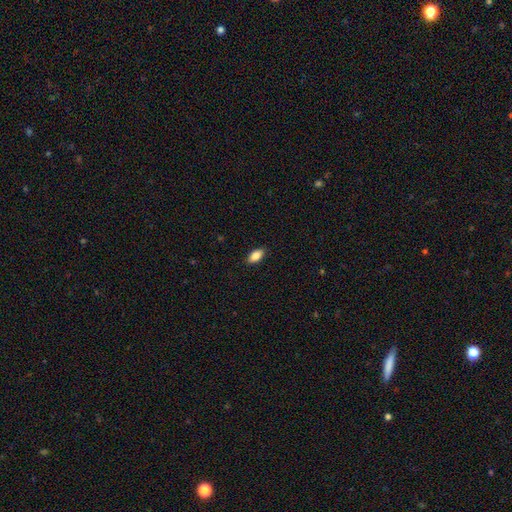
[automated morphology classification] This is clearly a smooth galaxy (85%). How rounded: clearly in between (91%). Merging: clearly none (89%).